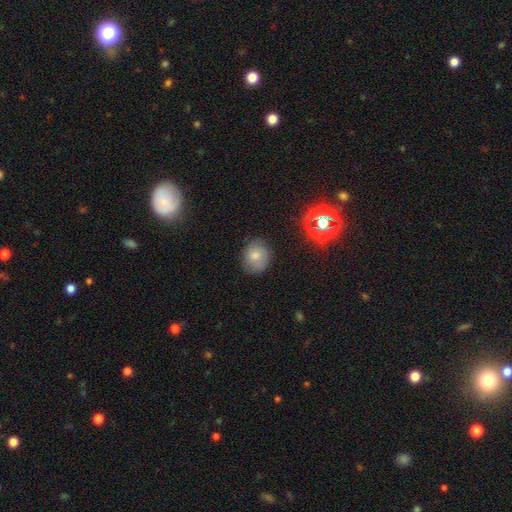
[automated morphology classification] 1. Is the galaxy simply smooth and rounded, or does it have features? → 77% smooth, 13% star or artifact, 11% featured or disk.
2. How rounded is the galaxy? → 68% round, 31% in between, 1% cigar-shaped.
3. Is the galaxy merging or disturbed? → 78% none, 16% minor disturbance, 4% major disturbance, 2% merger.